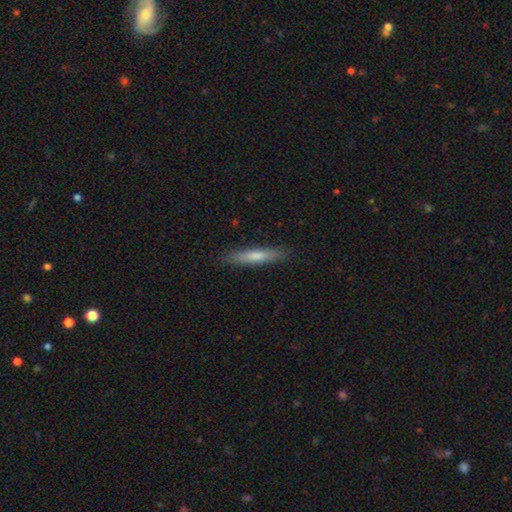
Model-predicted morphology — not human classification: Smooth or featured? Predicted: smooth (p=0.66). How rounded? Predicted: cigar-shaped (p=0.90). Merging? Predicted: none (p=0.88).